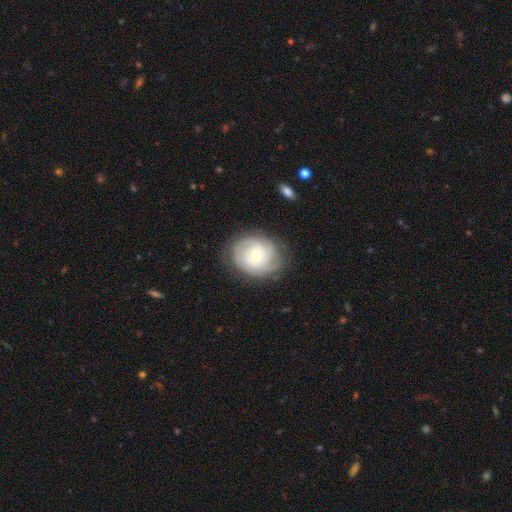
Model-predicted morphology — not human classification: type=featured or disk (75%); edge-on=no (97%); bar=no (71%); spiral arms=yes (86%); winding=tight (80%); arm count=can't tell (42%); bulge=moderate (60%); merging=none (78%).